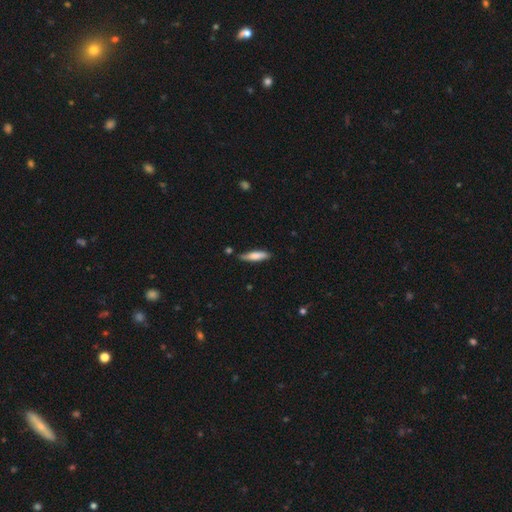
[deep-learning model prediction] A smooth galaxy with no disk features (76%) that is cigar-shaped (72%). Merging: none (70%).